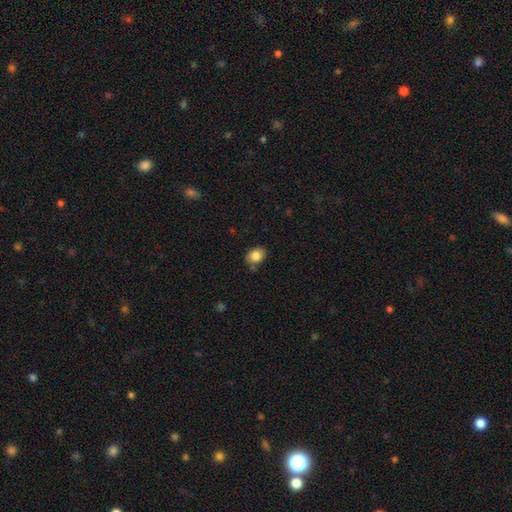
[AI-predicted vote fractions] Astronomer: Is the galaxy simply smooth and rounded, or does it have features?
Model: smooth — 84%.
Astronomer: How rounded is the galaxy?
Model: in between — 64%.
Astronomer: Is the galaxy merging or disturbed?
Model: none — 72%.